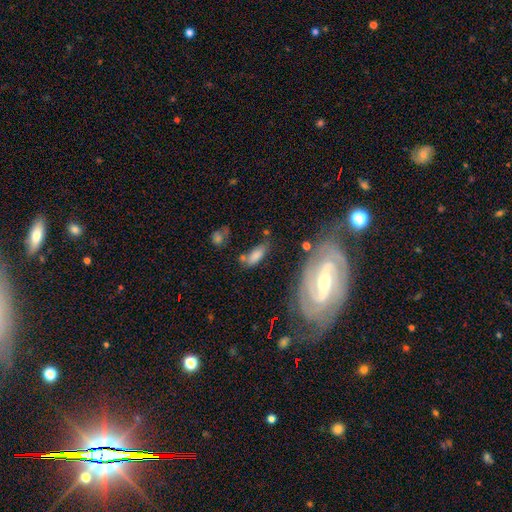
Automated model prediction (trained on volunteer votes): A smooth galaxy with no disk features (71%) that is in between round and cigar-shaped (75%). Merging: none (54%).